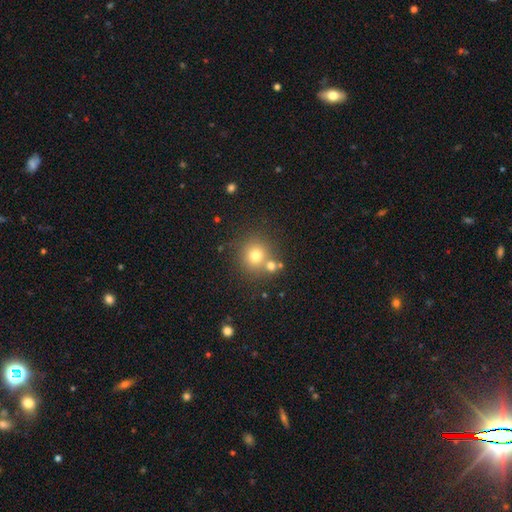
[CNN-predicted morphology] A smooth galaxy with no disk features (73%) that is round (91%). Merging: none (69%).